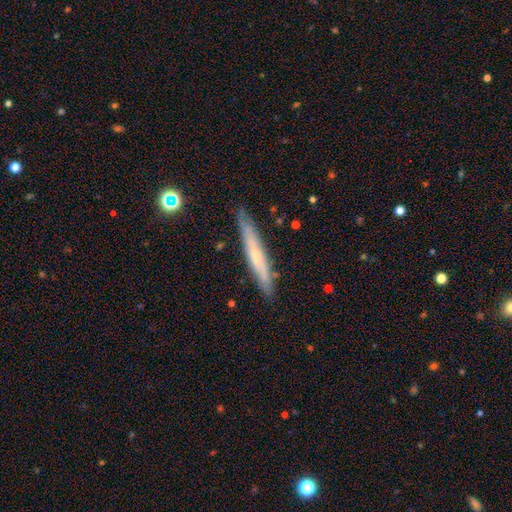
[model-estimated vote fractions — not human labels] This is possibly a featured or disk galaxy (50%). It is clearly viewed edge-on (87%). Merging: clearly none (84%).